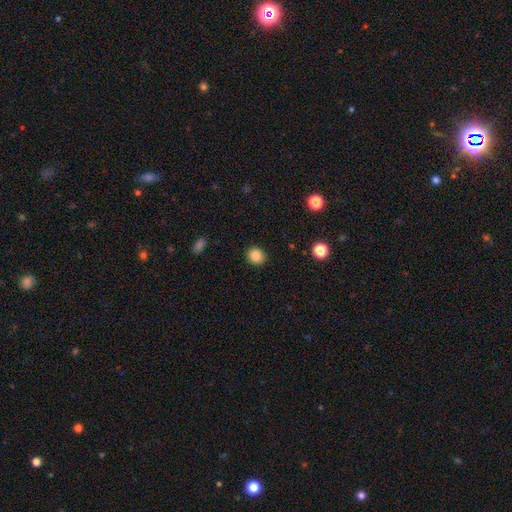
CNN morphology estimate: A smooth galaxy with no disk features (86%) that is round (74%). Merging: none (90%).